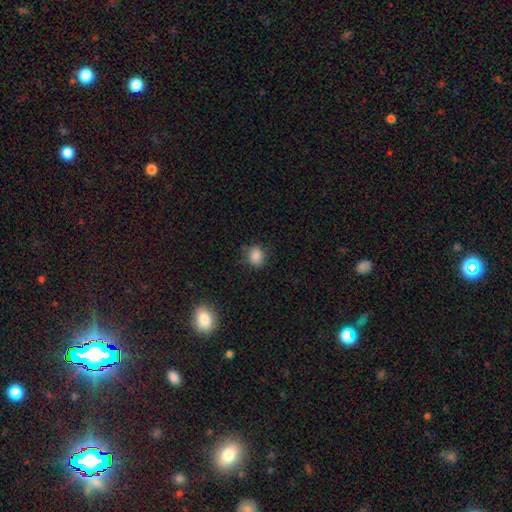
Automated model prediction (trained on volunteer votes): smooth 85%, star or artifact 11%, featured or disk 4%. Down the decision tree: how rounded — round (63%); merging — none (80%).